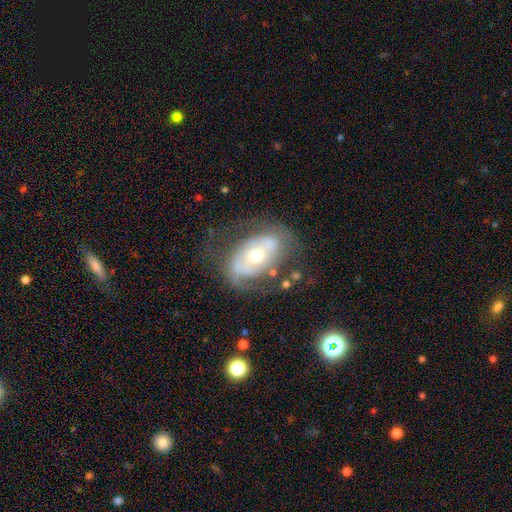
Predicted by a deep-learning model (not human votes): This is likely a featured or disk galaxy (66%). It is clearly not viewed edge-on (92%). Bar: likely no (62%). Spiral arm pattern: possibly yes (53%). Central bulge: possibly moderate (53%). Merging: possibly none (59%).